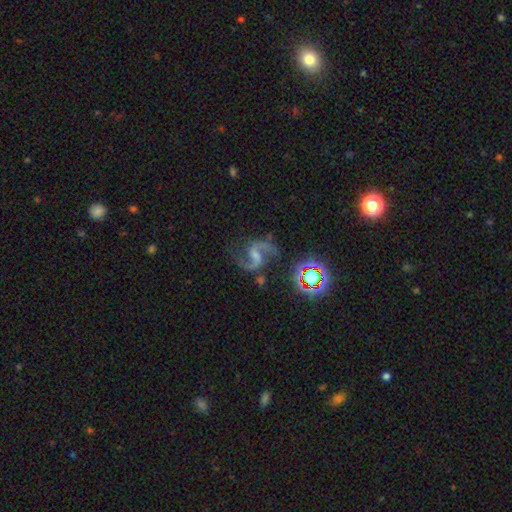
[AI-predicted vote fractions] Morphology: type=featured or disk (87%); edge-on=no (98%); bar=weak (49%); spiral arms=yes (98%); winding=loose (56%); arm count=2 (94%); bulge=small (47%); merging=none (73%).